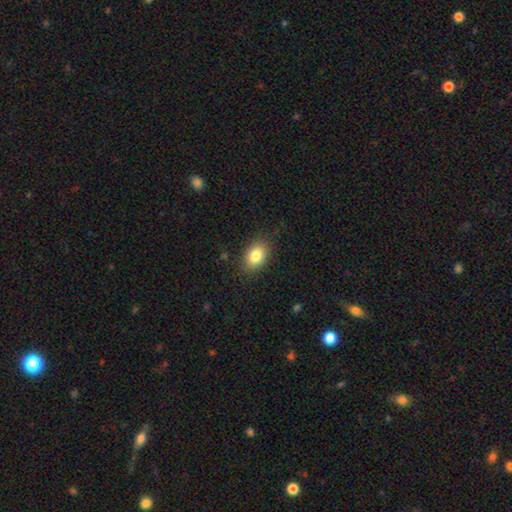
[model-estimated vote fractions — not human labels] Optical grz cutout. It shows a smooth galaxy with no disk features (83%) that is in between round and cigar-shaped (82%). Merging: none (85%).